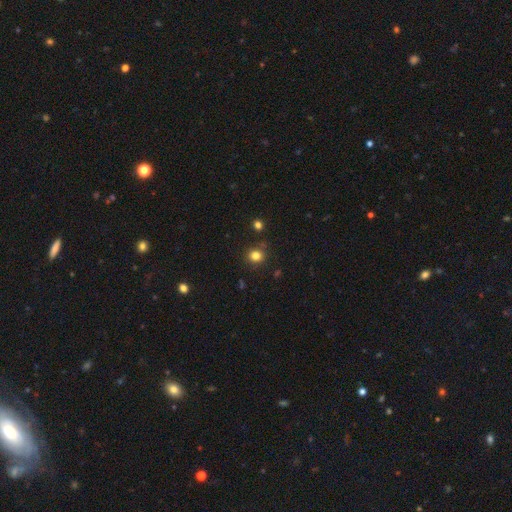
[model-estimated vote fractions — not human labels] Overall: smooth (81%). How rounded: round (83%). Merging: none (85%).